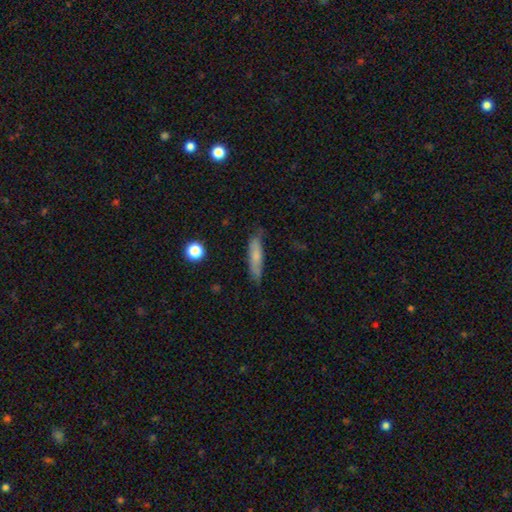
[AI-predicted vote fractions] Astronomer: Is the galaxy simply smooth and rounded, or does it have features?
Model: smooth — 70%.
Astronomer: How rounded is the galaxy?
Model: cigar-shaped — 79%.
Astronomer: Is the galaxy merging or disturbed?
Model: none — 75%.